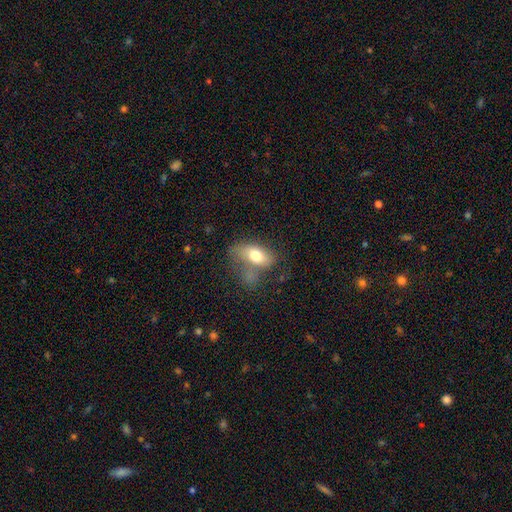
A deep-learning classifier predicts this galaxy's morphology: Q: Smooth or featured?
A: smooth (70%); runner-up: featured or disk (22%)
Q: How rounded?
A: in between (87%); runner-up: round (8%)
Q: Merging?
A: none (33%); runner-up: minor disturbance (24%)